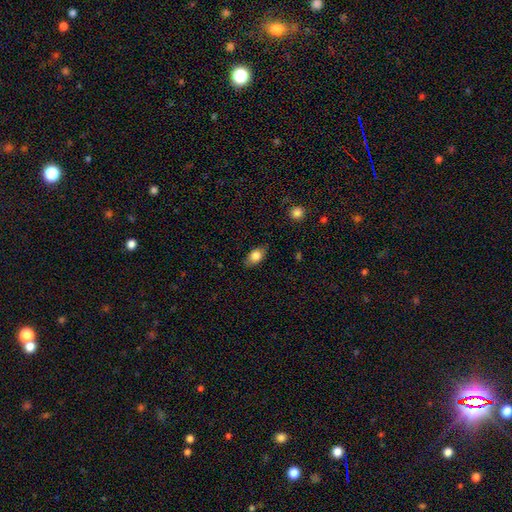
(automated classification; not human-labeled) Smooth or featured: smooth — 80% (featured or disk — 12%)
How rounded: in between — 86% (round — 10%)
Merging: none — 80% (minor disturbance — 16%)